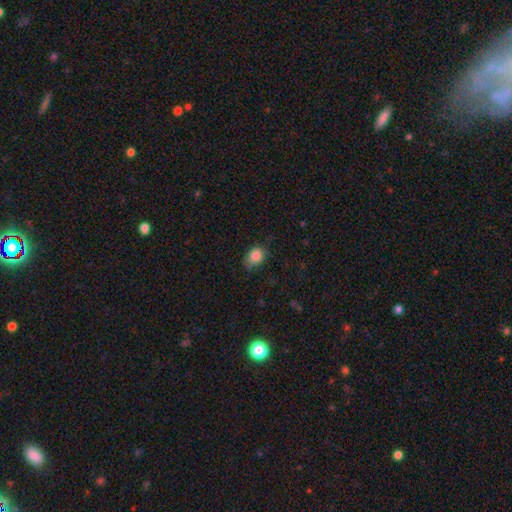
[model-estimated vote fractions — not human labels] smooth-or-featured: smooth: 85% | star or artifact: 9% | featured or disk: 6%
  how-rounded: in between: 60% | round: 39% | cigar-shaped: 1%
  merging: none: 67% | minor disturbance: 26% | major disturbance: 6% | merger: 1%